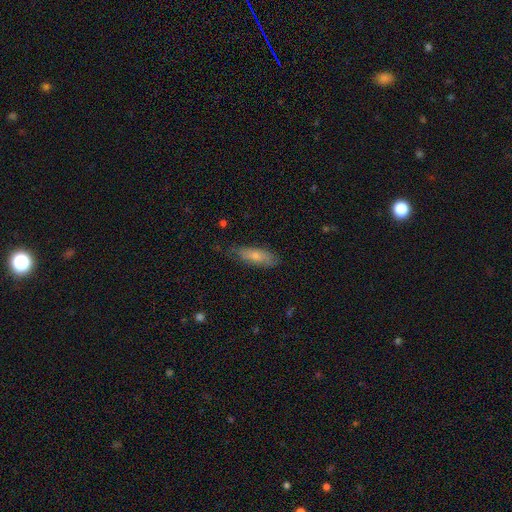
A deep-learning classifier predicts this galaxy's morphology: Smooth or featured?
  - smooth: 72% *
  - featured or disk: 22%
  - star or artifact: 6%
How rounded?
  - in between: 60% *
  - cigar-shaped: 38%
  - round: 2%
Merging?
  - none: 71% *
  - minor disturbance: 23%
  - major disturbance: 4%
  - merger: 1%